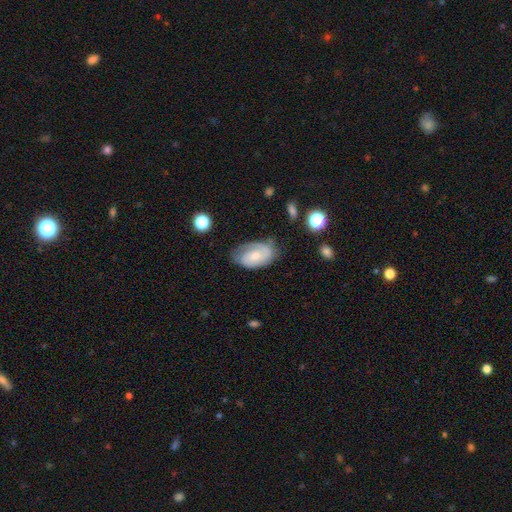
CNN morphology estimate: smooth_or_featured: featured or disk (p=0.59) [alt: smooth p=0.33]
disk_edge_on: no (p=0.95) [alt: yes p=0.05]
bar: no (p=0.63) [alt: weak p=0.32]
has_spiral_arms: yes (p=0.86) [alt: no p=0.14]
bulge_size: moderate (p=0.45) [alt: small p=0.44]
merging: none (p=0.62) [alt: minor disturbance p=0.26]